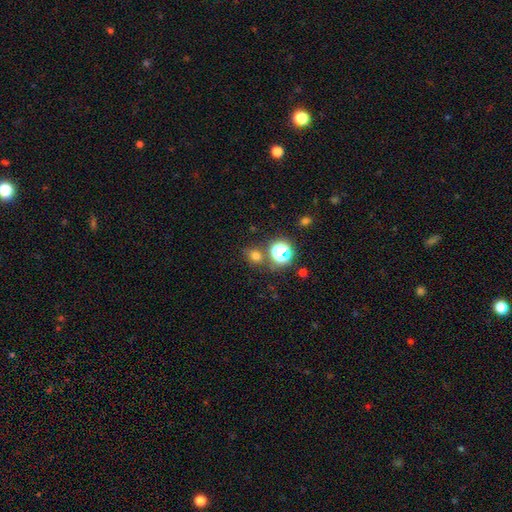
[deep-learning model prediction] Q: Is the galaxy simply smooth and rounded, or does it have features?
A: smooth — 65%.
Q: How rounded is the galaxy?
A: round — 75%.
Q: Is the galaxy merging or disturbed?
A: none — 75%.